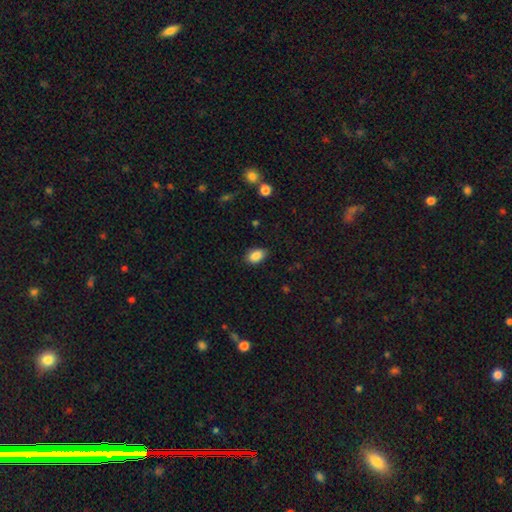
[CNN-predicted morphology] A smooth galaxy with no disk features (87%) that is in between round and cigar-shaped (87%).

Vote fractions:
- Smooth or featured? smooth: 87% / star or artifact: 8% / featured or disk: 5%
- How rounded? in between: 87% / round: 12% / cigar-shaped: 1%
- Merging? none: 84% / minor disturbance: 12% / major disturbance: 2% / merger: 1%